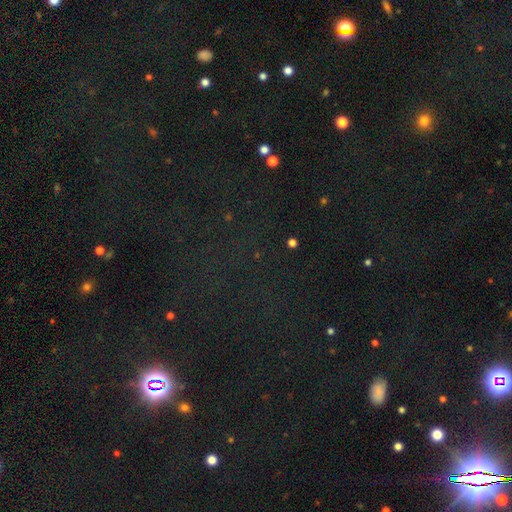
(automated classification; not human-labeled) A star or artifact, not a galaxy (77%).